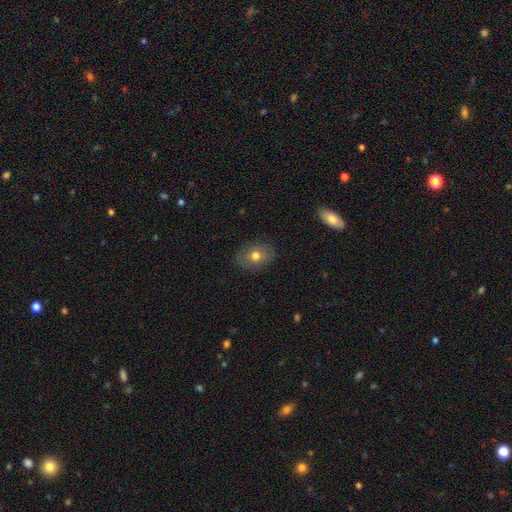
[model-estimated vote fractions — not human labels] This is likely a smooth galaxy (73%). How rounded: possibly in between (58%). Merging: clearly none (86%).